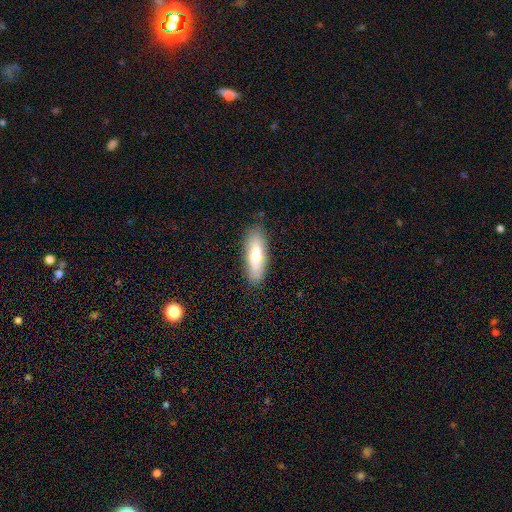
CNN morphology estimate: A smooth galaxy with no disk features (71%) that is in between round and cigar-shaped (56%). Merging: none (86%).